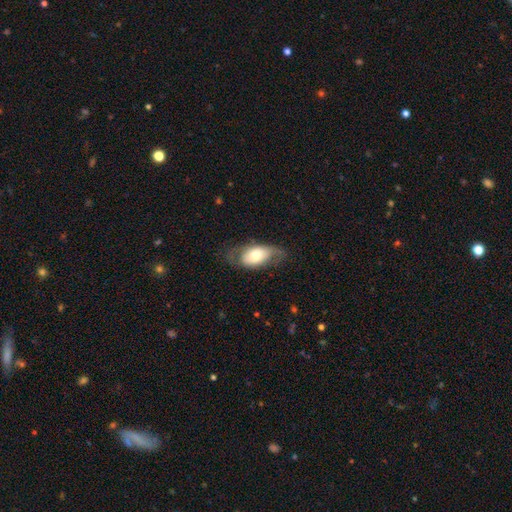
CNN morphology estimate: This appears to be a smooth galaxy with no disk features (55%) that is in between round and cigar-shaped (90%). Merging: none (57%).